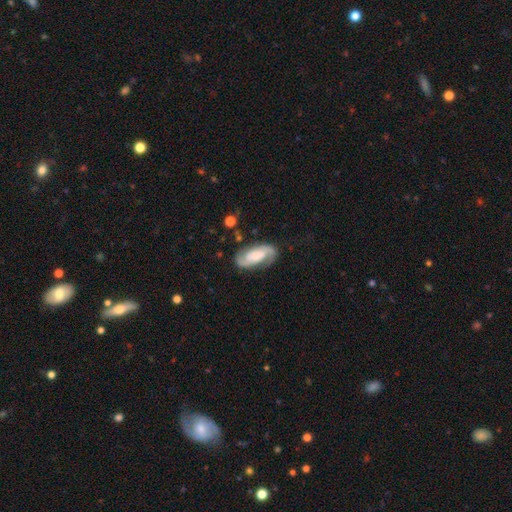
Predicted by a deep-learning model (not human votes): A featured or disk galaxy (80%) with no bar (53%), 2 (91%) medium (48%) spiral arms (96%) and a small central bulge (32%).

Vote fractions:
- Smooth or featured? featured or disk: 80% / smooth: 14% / star or artifact: 5%
- Edge-on disk? no: 96% / yes: 4%
- Bar? no: 53% / weak: 34% / strong: 14%
- Spiral arms? yes: 96% / no: 4%
- Spiral winding? medium: 48% / tight: 32% / loose: 20%
- Spiral arm count? 2: 91% / can't tell: 4% / 1: 2% / 3: 1% / 4: 1% / more than 4: 1%
- Bulge size? small: 32% / moderate: 27% / none: 21% / large: 17% / dominant: 3%
- Merging? none: 77% / minor disturbance: 15% / major disturbance: 6% / merger: 2%